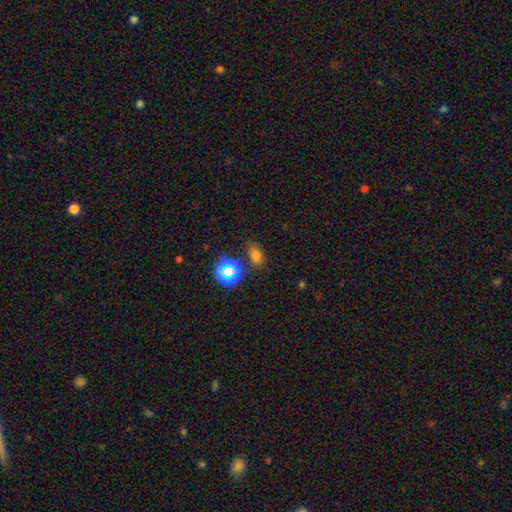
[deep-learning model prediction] smooth 65%, star or artifact 26%, featured or disk 9%. Down the decision tree: how rounded — in between (77%); merging — none (75%).